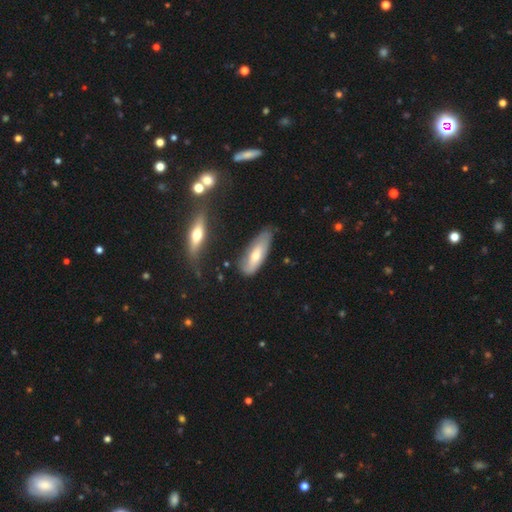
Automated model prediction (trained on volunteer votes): This appears to be a smooth galaxy with no disk features (58%) that is in between round and cigar-shaped (65%). Merging: none (63%).